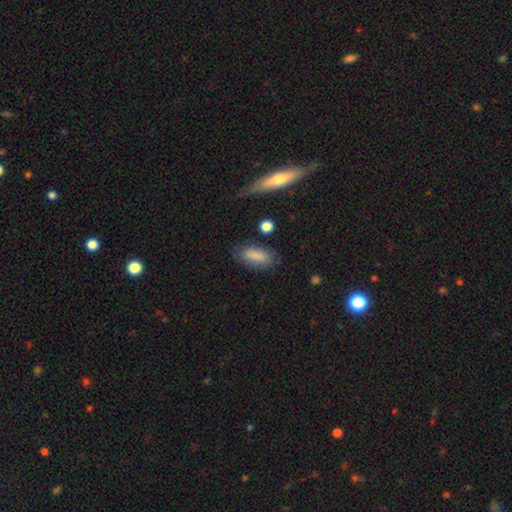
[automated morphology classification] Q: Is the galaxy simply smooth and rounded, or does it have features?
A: smooth — 83%.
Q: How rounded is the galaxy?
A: in between — 81%.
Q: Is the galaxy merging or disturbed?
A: none — 72%.